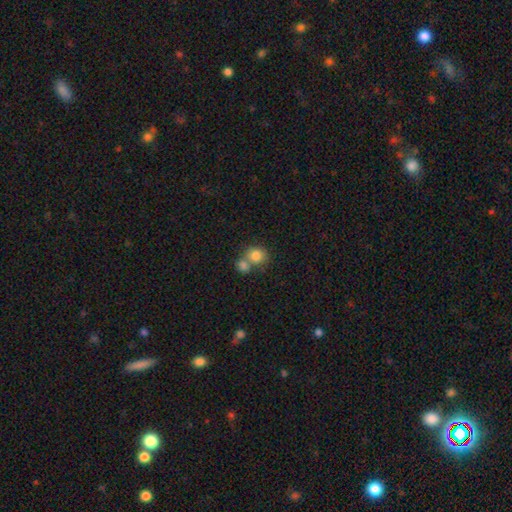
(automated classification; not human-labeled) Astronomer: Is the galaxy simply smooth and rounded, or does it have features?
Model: smooth — 81%.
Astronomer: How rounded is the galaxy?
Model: round — 76%.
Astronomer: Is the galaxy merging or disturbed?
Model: merger — 47% (runner-up: none, 41%).